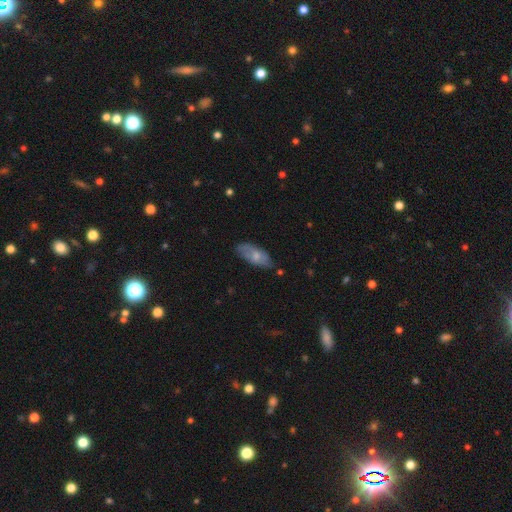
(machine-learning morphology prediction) Smooth or featured? smooth (62%)
How rounded? in between (86%)
Merging? none (64%)